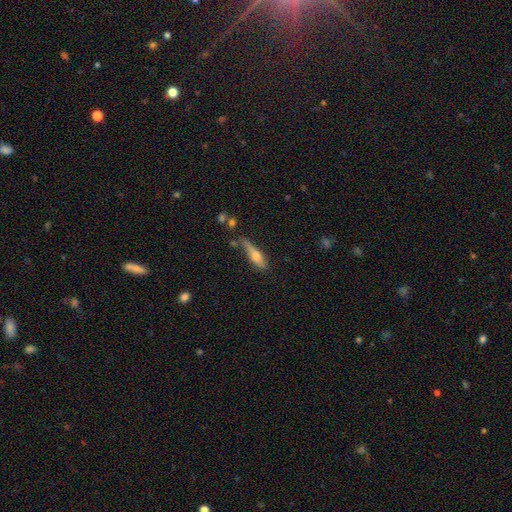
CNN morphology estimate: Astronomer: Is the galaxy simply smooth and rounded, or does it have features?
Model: smooth — 49% (runner-up: featured or disk, 44%).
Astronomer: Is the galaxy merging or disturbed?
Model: none — 55%.